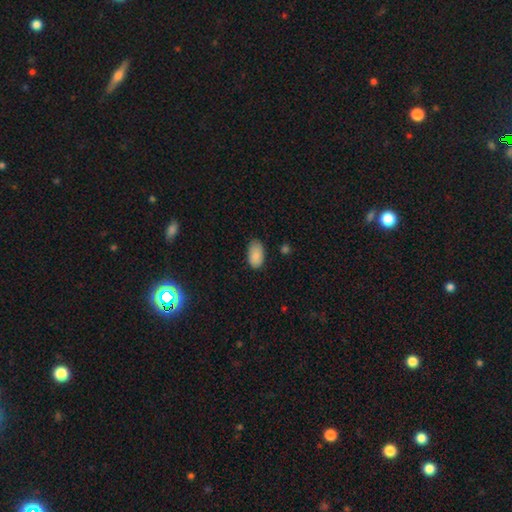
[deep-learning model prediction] smooth-or-featured: smooth: 88% | star or artifact: 7% | featured or disk: 5%
  how-rounded: in between: 94% | round: 5% | cigar-shaped: 2%
  merging: none: 75% | minor disturbance: 20% | major disturbance: 3% | merger: 1%